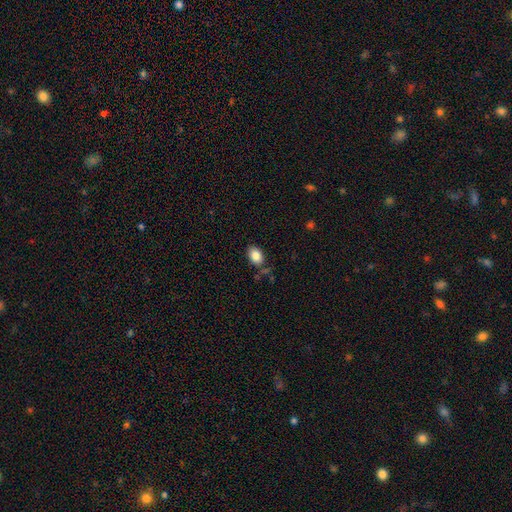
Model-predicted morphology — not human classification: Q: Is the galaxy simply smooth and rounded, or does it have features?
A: smooth — 85%.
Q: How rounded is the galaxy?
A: in between — 82%.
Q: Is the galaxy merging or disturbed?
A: none — 77%.